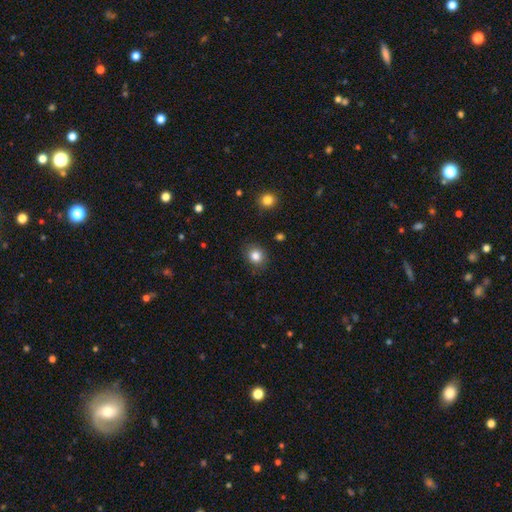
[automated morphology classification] A smooth galaxy with no disk features (83%) that is round (75%). Merging: none (85%).